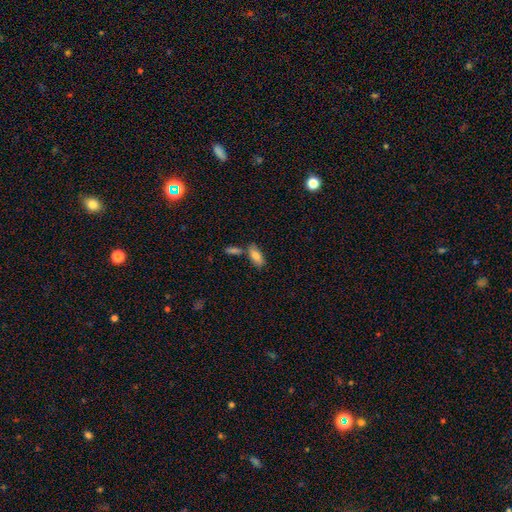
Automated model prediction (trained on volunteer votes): This is likely a smooth galaxy (78%). How rounded: clearly in between (82%). Merging: likely none (65%).